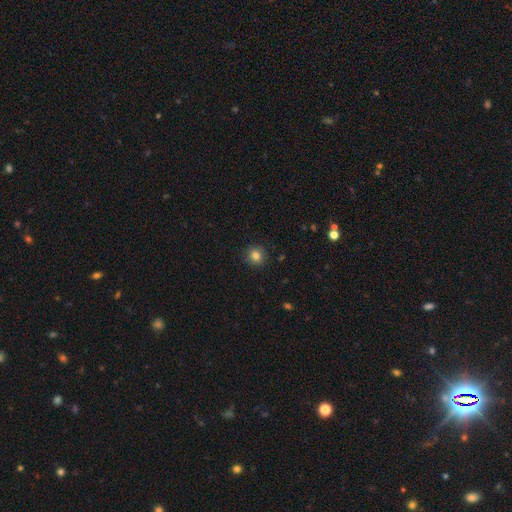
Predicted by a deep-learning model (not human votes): Smooth or featured? smooth (82%)
How rounded? round (92%)
Merging? none (90%)